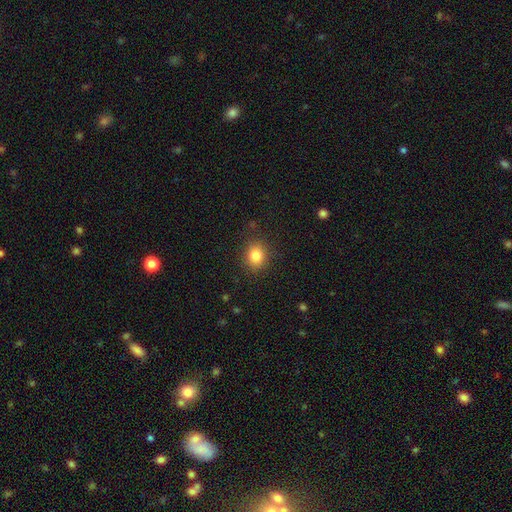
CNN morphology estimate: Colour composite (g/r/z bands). It shows a smooth galaxy with no disk features (83%) that is round (62%). Merging: none (87%).